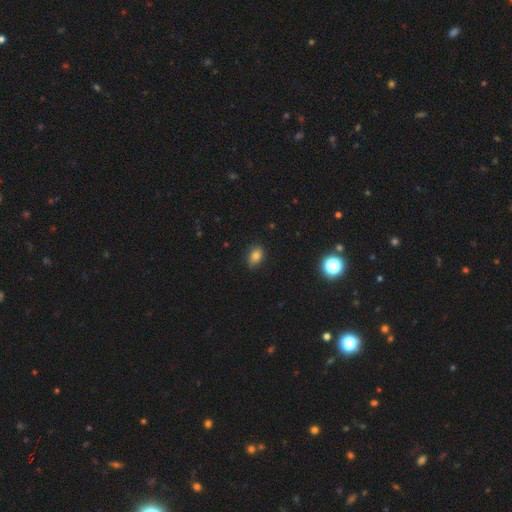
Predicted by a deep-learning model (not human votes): smooth 80%, star or artifact 12%, featured or disk 7%. Down the decision tree: how rounded — in between (79%); merging — none (84%).